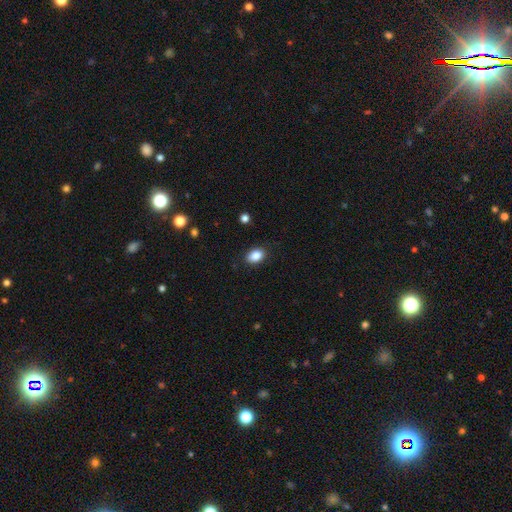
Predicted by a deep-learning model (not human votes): A smooth galaxy with no disk features (86%) that is in between round and cigar-shaped (81%). Merging: none (87%).